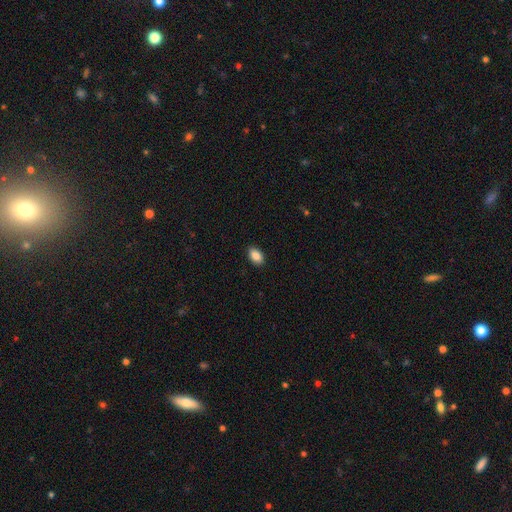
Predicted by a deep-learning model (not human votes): A smooth galaxy with no disk features (89%) that is in between round and cigar-shaped (90%).

Vote fractions:
- Smooth or featured? smooth: 89% / star or artifact: 8% / featured or disk: 4%
- How rounded? in between: 90% / round: 9% / cigar-shaped: 1%
- Merging? none: 90% / minor disturbance: 7% / major disturbance: 2% / merger: 1%